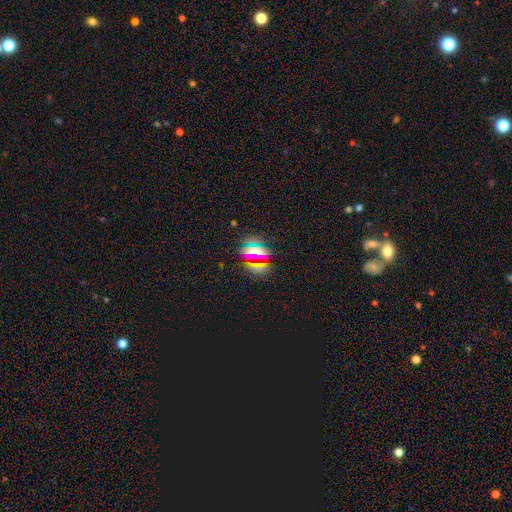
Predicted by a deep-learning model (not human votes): Smooth or featured?
  - smooth: 55% *
  - star or artifact: 31%
  - featured or disk: 14%
How rounded?
  - in between: 63% *
  - round: 31%
  - cigar-shaped: 7%
Merging?
  - none: 78% *
  - minor disturbance: 13%
  - major disturbance: 5%
  - merger: 4%